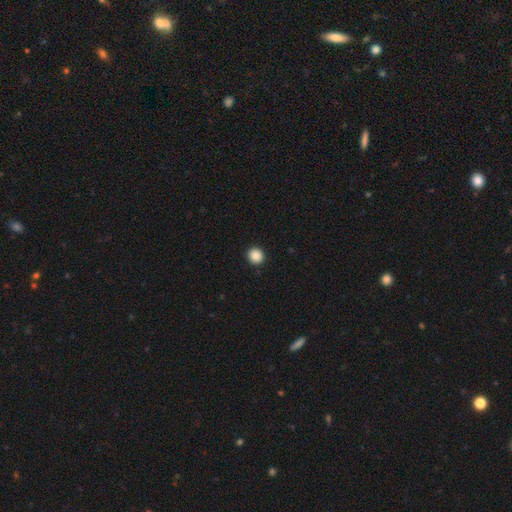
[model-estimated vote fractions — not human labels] smooth-or-featured: smooth: 87% | star or artifact: 9% | featured or disk: 4%
  how-rounded: round: 92% | in between: 7% | cigar-shaped: 1%
  merging: none: 93% | minor disturbance: 4% | major disturbance: 1% | merger: 1%